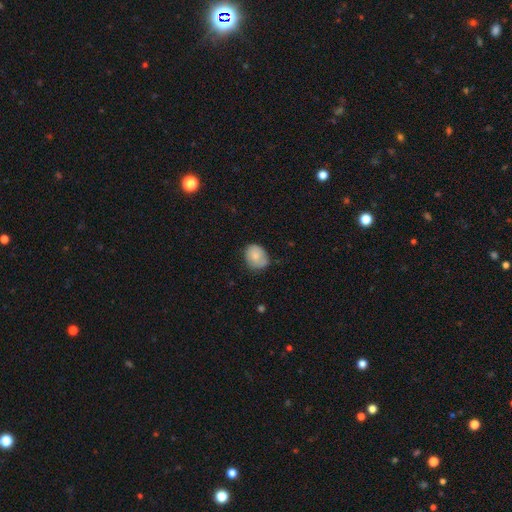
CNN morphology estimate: Smooth or featured? smooth (78%)
How rounded? in between (51%)
Merging? none (61%)